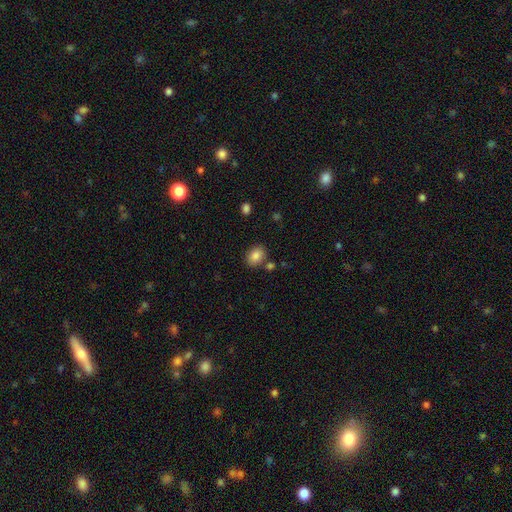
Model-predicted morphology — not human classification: This is clearly a smooth galaxy (85%). How rounded: likely in between (62%). Merging: likely none (78%).